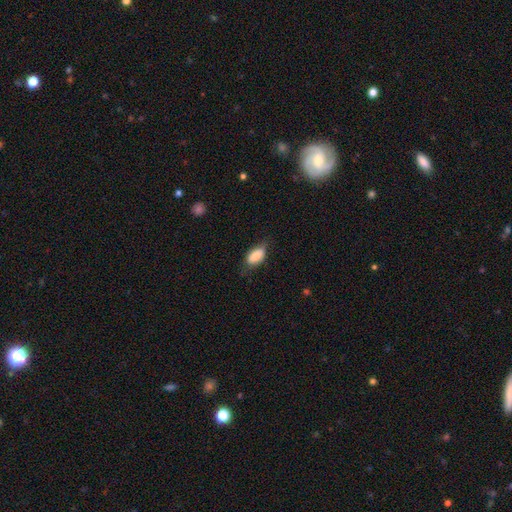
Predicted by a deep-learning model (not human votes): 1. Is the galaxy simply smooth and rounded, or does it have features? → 79% smooth, 14% featured or disk, 7% star or artifact.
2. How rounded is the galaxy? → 89% in between, 7% cigar-shaped, 4% round.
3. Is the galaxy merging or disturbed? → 66% none, 25% minor disturbance, 7% major disturbance, 1% merger.